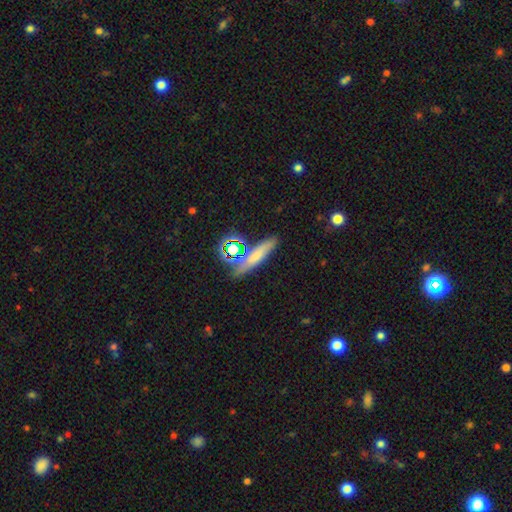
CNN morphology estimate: Smooth or featured?
  - smooth: 63% *
  - featured or disk: 19%
  - star or artifact: 19%
How rounded?
  - cigar-shaped: 72% *
  - in between: 20%
  - round: 8%
Merging?
  - none: 74% *
  - minor disturbance: 13%
  - merger: 9%
  - major disturbance: 4%